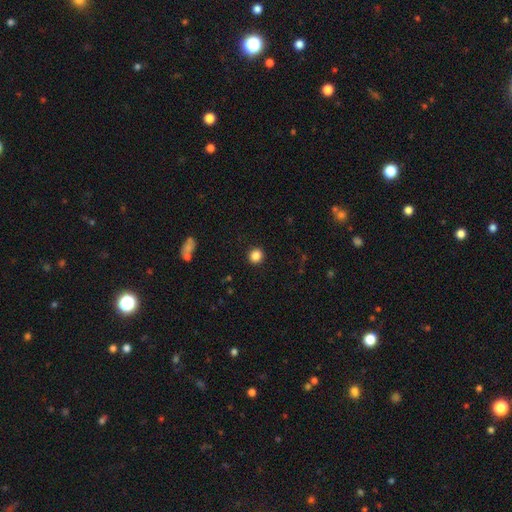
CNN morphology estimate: Smooth or featured? smooth (85%)
How rounded? round (91%)
Merging? none (92%)